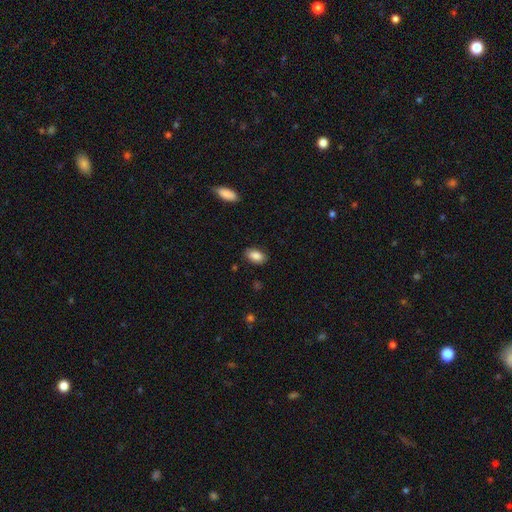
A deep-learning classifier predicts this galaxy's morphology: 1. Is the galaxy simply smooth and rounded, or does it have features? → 87% smooth, 7% star or artifact, 6% featured or disk.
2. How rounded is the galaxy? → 92% in between, 6% round, 3% cigar-shaped.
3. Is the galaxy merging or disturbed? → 85% none, 11% minor disturbance, 2% major disturbance, 1% merger.